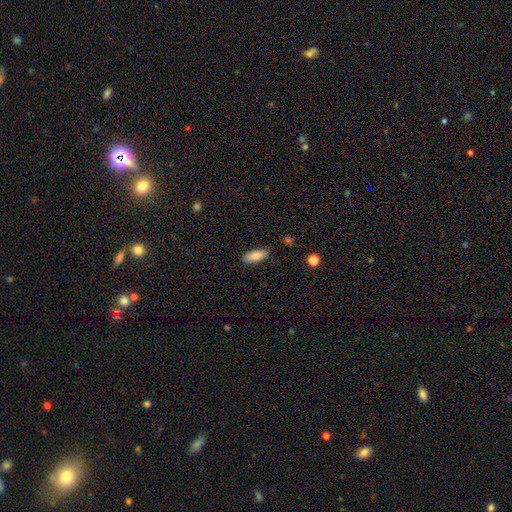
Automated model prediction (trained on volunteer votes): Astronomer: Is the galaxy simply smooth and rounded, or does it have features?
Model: smooth — 82%.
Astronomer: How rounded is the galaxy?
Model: in between — 74%.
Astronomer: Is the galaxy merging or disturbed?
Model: none — 80%.